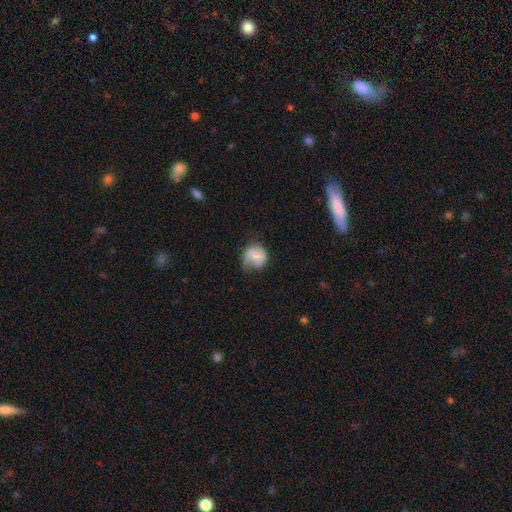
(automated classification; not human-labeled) Smooth or featured?
  - smooth: 48% *
  - featured or disk: 45%
  - star or artifact: 7%
Merging?
  - none: 45% *
  - minor disturbance: 34%
  - major disturbance: 19%
  - merger: 2%